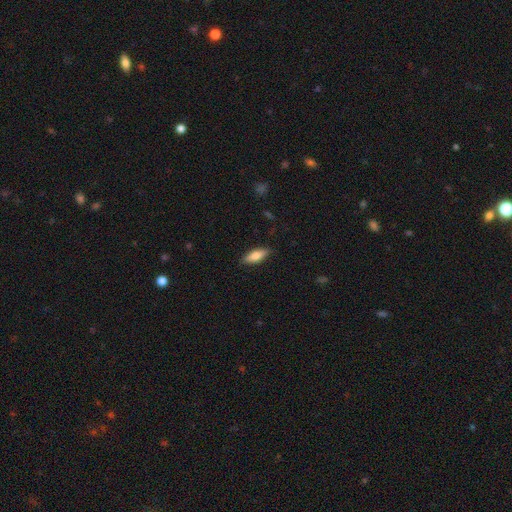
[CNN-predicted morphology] A smooth galaxy with no disk features (74%) that is in between round and cigar-shaped (61%). Merging: none (86%).